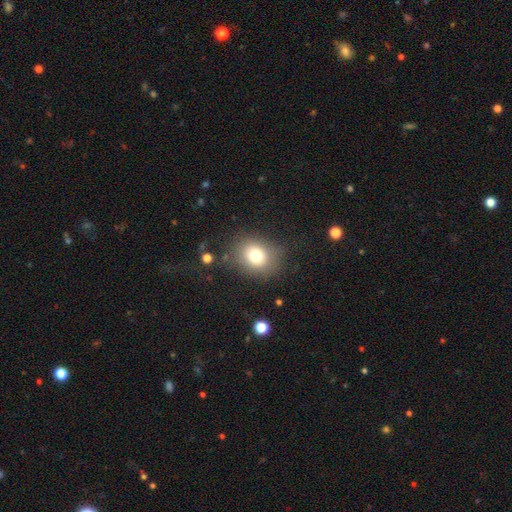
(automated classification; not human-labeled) Smooth or featured: smooth — 75% (star or artifact — 13%)
How rounded: round — 63% (in between — 36%)
Merging: none — 79% (minor disturbance — 13%)